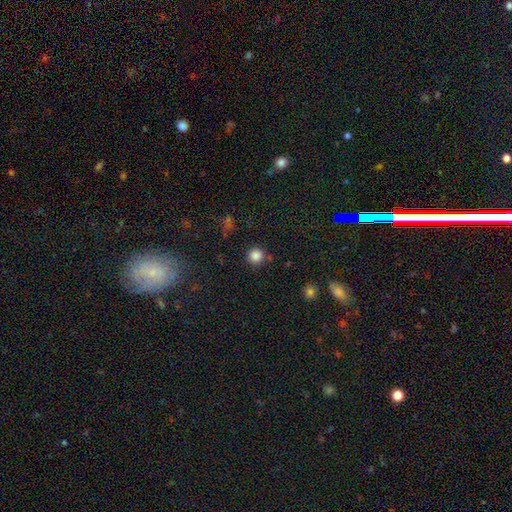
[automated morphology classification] smooth_or_featured: smooth (p=0.84) [alt: star or artifact p=0.12]
how_rounded: round (p=0.94) [alt: in between p=0.05]
merging: none (p=0.86) [alt: minor disturbance p=0.08]